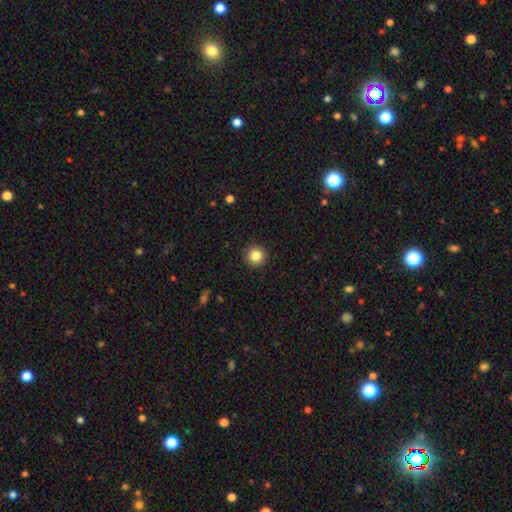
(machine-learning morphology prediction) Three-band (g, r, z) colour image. It shows a smooth galaxy with no disk features (84%) that is round (95%). Merging: none (92%).